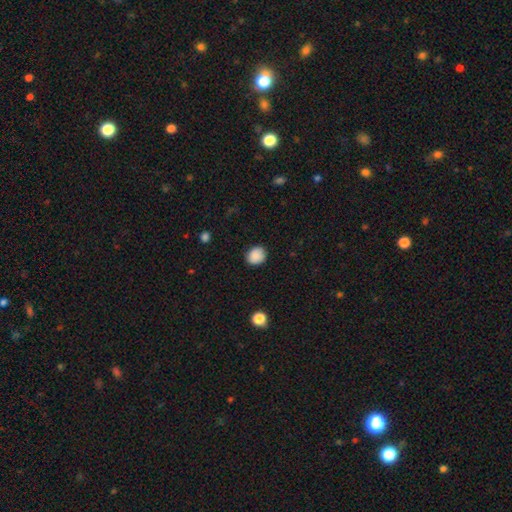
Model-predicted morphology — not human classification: Smooth or featured? smooth (88%)
How rounded? round (68%)
Merging? none (85%)